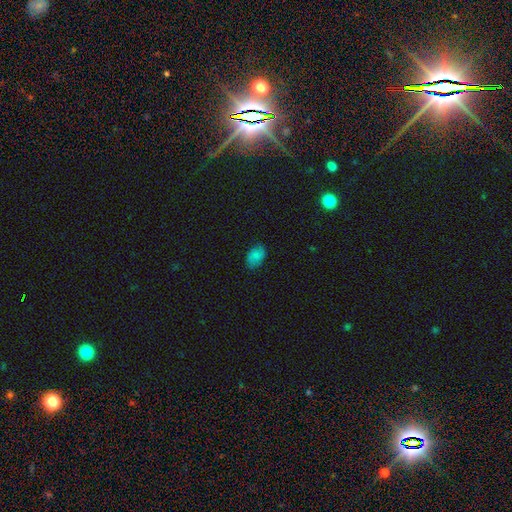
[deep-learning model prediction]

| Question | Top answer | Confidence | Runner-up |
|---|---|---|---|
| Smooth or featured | smooth | 79% | star or artifact (11%) |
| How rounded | in between | 88% | round (10%) |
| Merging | none | 76% | minor disturbance (19%) |